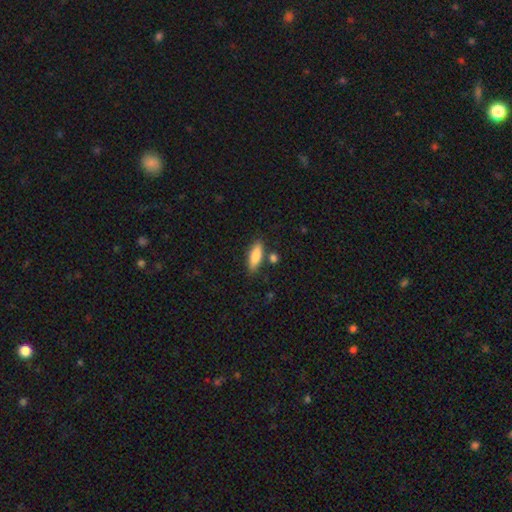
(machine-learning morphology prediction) A smooth galaxy with no disk features (83%) that is in between round and cigar-shaped (62%). Merging: none (78%).